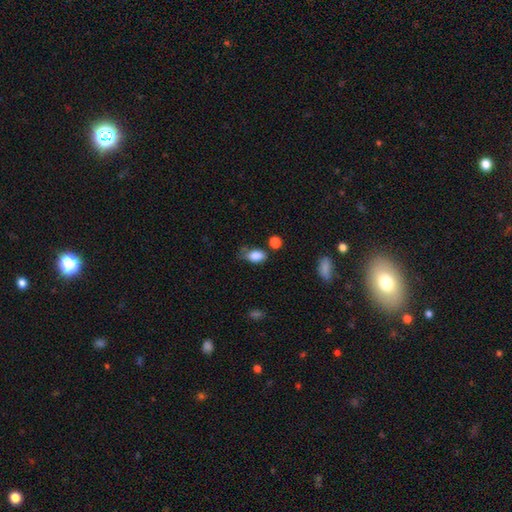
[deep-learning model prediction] The model was most divided on "merging": none: 47%, minor disturbance: 35%, major disturbance: 11%, merger: 7%. More confident: how rounded — in between (88%); smooth or featured — smooth (85%).